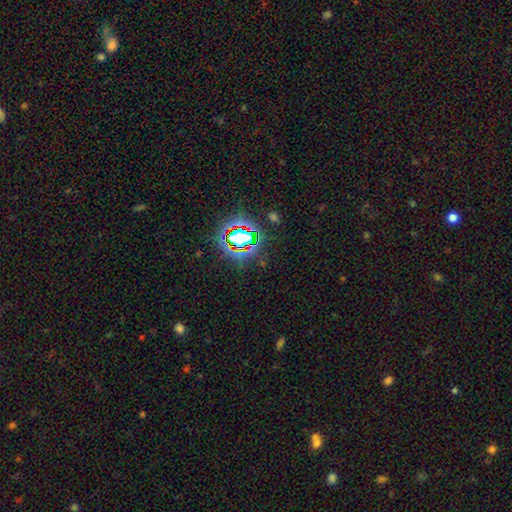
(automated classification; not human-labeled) Smooth or featured: star or artifact — 76% (smooth — 14%)